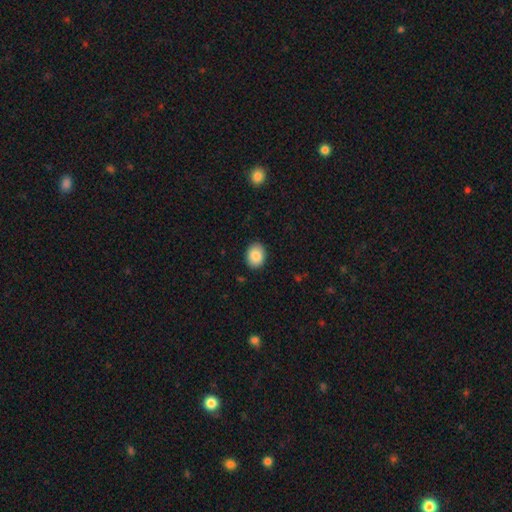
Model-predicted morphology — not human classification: Smooth or featured?
  - smooth: 88% *
  - star or artifact: 7%
  - featured or disk: 5%
How rounded?
  - in between: 63% *
  - round: 36%
  - cigar-shaped: 1%
Merging?
  - none: 90% *
  - minor disturbance: 8%
  - major disturbance: 2%
  - merger: 1%